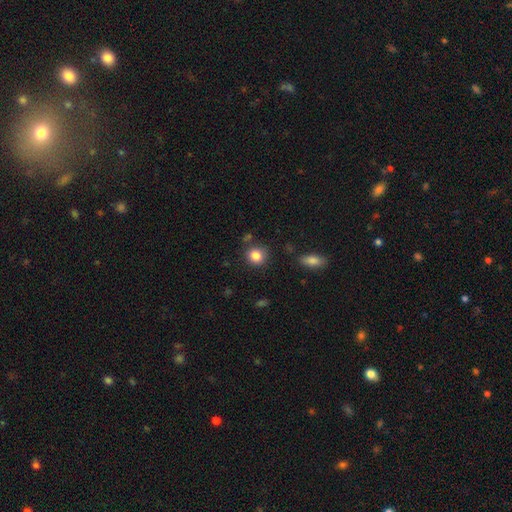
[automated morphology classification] smooth-or-featured: smooth: 84% | star or artifact: 10% | featured or disk: 6%
  how-rounded: round: 85% | in between: 14% | cigar-shaped: 1%
  merging: none: 82% | minor disturbance: 10% | merger: 5% | major disturbance: 3%